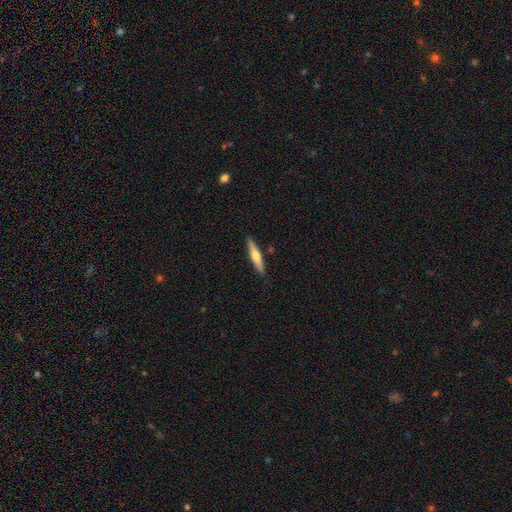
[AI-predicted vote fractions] Overall: smooth (50%; featured or disk 45%). Merging: none (88%).